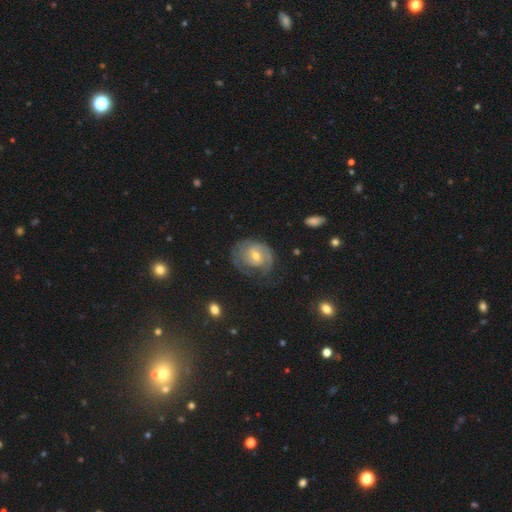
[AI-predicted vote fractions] Overall: featured or disk (74%). Edge-on disk: no (97%). Bar: no (55%; weak 38%). Spiral arms: yes (87%). Spiral arm count: 2 (35%; can't tell 34%). Spiral winding: tight (59%; medium 29%). Bulge size: moderate (53%; small 42%). Merging: none (55%; minor disturbance 23%).